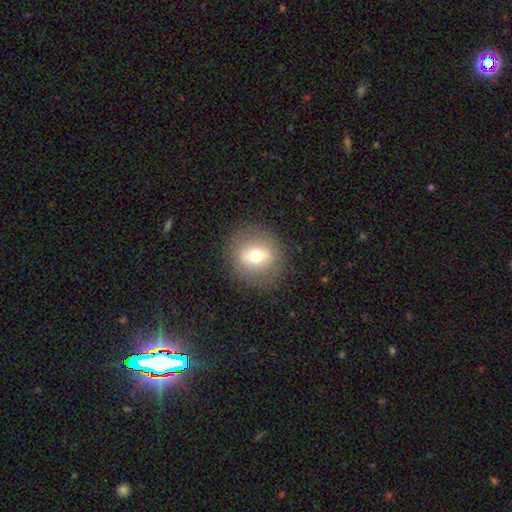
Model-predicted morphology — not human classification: A smooth galaxy with no disk features (55%) that is round (85%). Merging: none (86%).